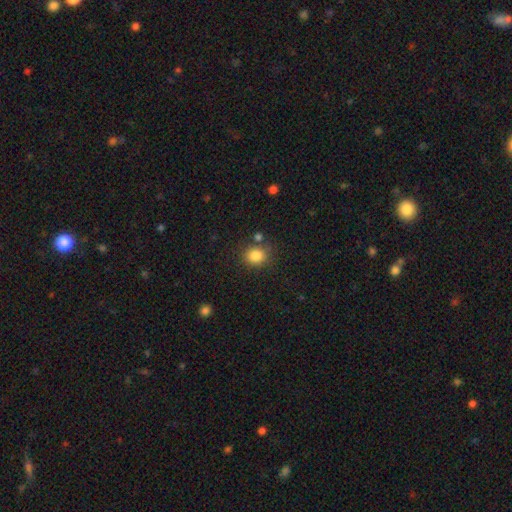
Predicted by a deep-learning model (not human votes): Smooth or featured? smooth (85%)
How rounded? round (71%)
Merging? none (77%)